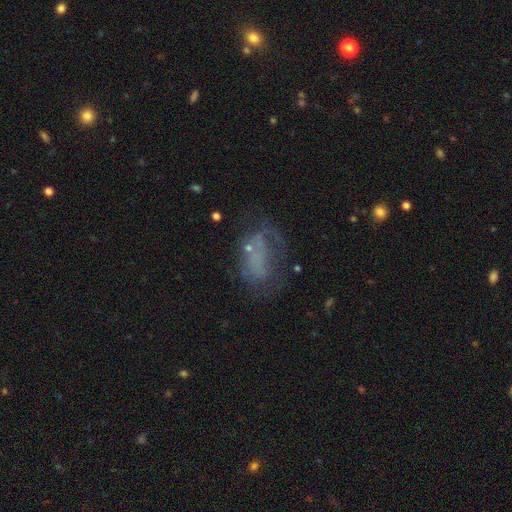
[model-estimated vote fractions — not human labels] This appears to be a featured or disk galaxy (42%). Merging: none (38%).